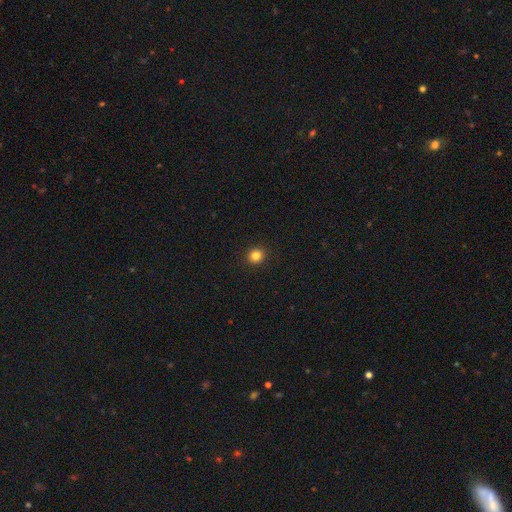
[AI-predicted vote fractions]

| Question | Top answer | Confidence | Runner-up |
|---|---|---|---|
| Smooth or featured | smooth | 83% | star or artifact (12%) |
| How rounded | round | 90% | in between (9%) |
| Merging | none | 93% | minor disturbance (5%) |